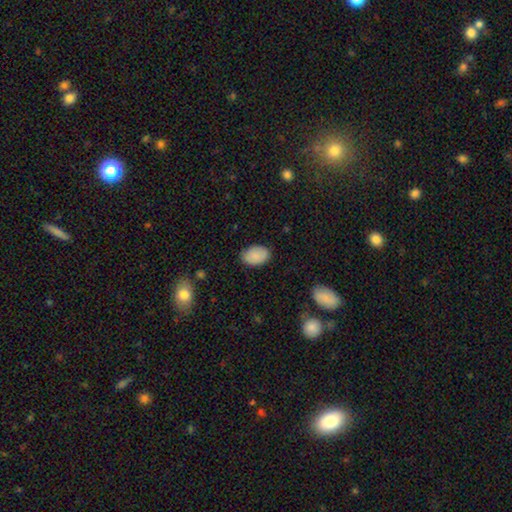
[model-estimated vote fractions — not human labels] Q: Smooth or featured?
A: smooth (88%); runner-up: star or artifact (7%)
Q: How rounded?
A: in between (89%); runner-up: round (10%)
Q: Merging?
A: none (83%); runner-up: minor disturbance (13%)